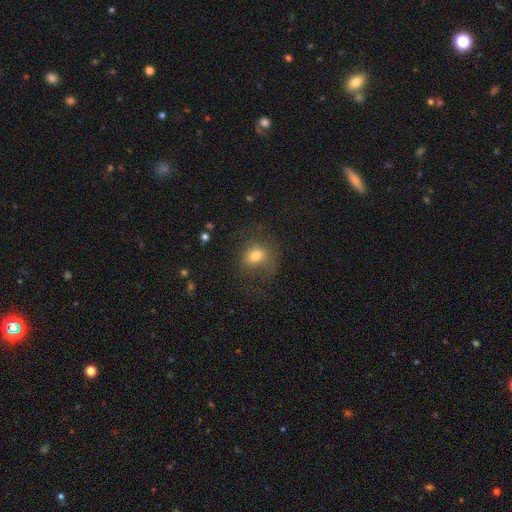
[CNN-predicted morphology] Smooth or featured? Predicted: smooth (p=0.73). How rounded? Predicted: round (p=0.64). Merging? Predicted: none (p=0.56).